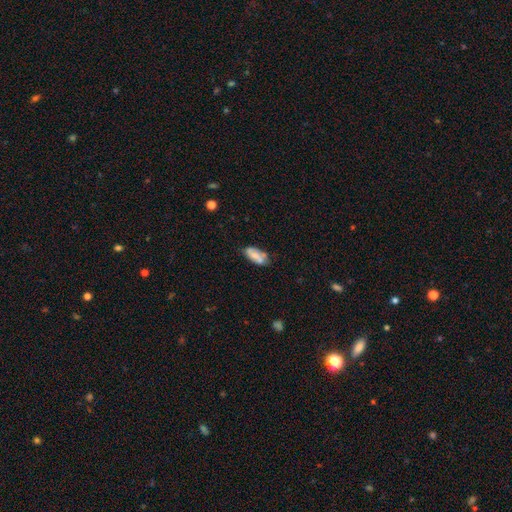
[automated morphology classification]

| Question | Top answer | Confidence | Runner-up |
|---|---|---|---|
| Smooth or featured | smooth | 63% | featured or disk (30%) |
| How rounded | in between | 85% | cigar-shaped (12%) |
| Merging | none | 60% | minor disturbance (24%) |